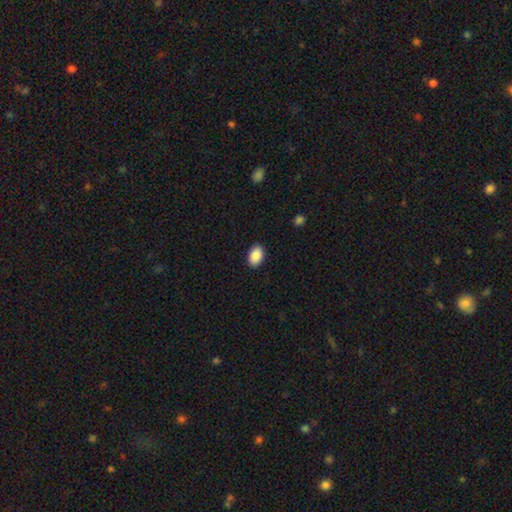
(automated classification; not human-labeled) This is clearly a smooth galaxy (90%). How rounded: clearly in between (91%). Merging: clearly none (90%).